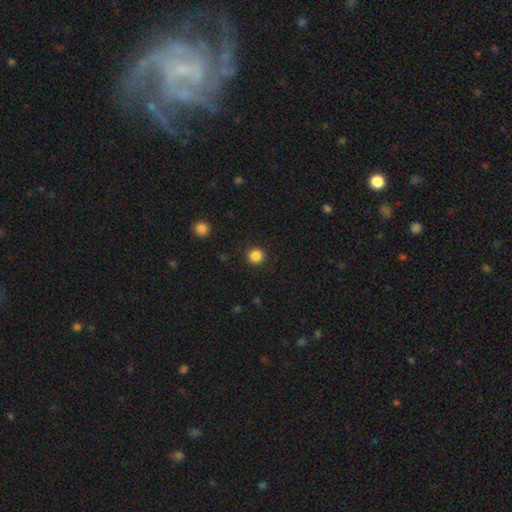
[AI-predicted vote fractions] Smooth or featured?
  - smooth: 86% *
  - star or artifact: 11%
  - featured or disk: 3%
How rounded?
  - round: 91% *
  - in between: 8%
  - cigar-shaped: 1%
Merging?
  - none: 91% *
  - minor disturbance: 6%
  - major disturbance: 2%
  - merger: 1%